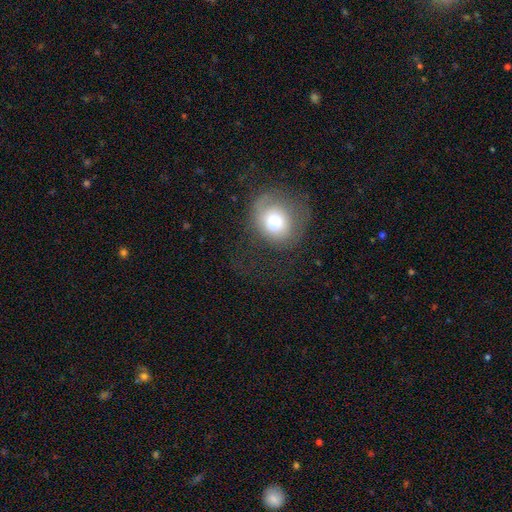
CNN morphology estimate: The model was most divided on "smooth or featured": smooth: 58%, featured or disk: 24%, star or artifact: 18%. More confident: how rounded — round (85%); merging — none (69%).